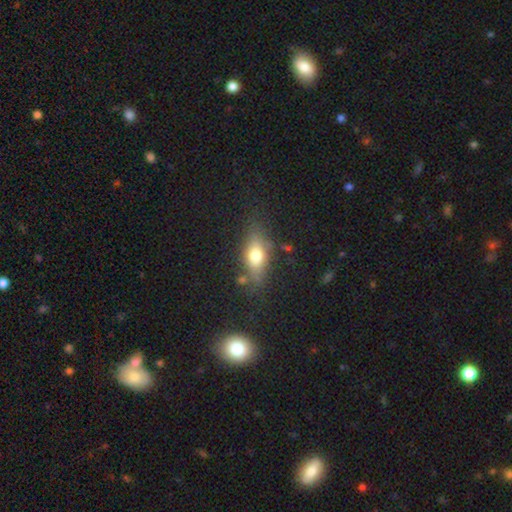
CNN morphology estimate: smooth-or-featured: smooth: 67% | featured or disk: 23% | star or artifact: 10%
  how-rounded: in between: 74% | cigar-shaped: 16% | round: 9%
  merging: none: 72% | minor disturbance: 17% | major disturbance: 6% | merger: 4%